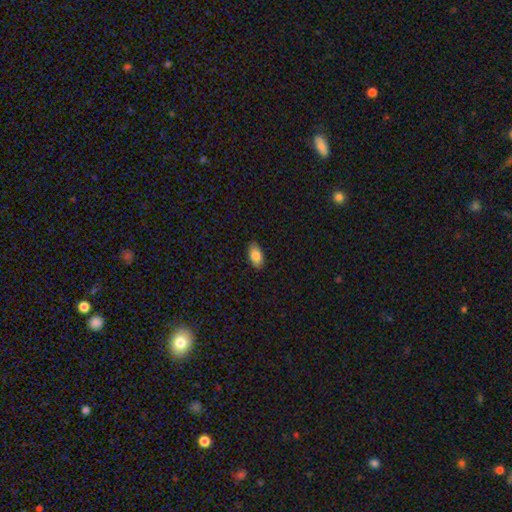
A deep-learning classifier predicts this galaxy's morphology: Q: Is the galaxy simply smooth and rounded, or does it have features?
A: smooth — 86%.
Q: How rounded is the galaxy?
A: in between — 93%.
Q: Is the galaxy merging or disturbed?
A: none — 87%.